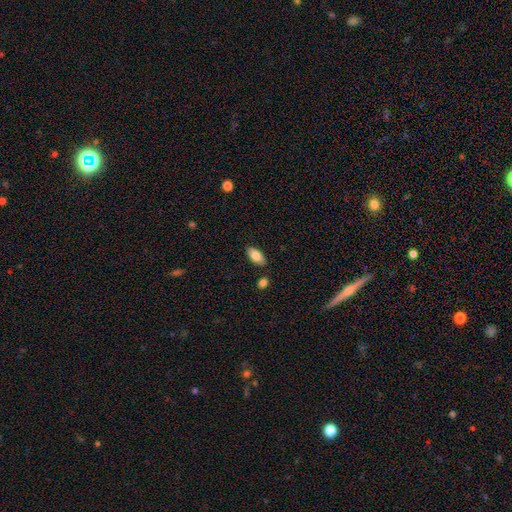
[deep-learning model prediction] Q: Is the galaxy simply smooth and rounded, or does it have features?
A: smooth — 83%.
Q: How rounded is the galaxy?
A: in between — 91%.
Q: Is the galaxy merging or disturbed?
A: none — 86%.